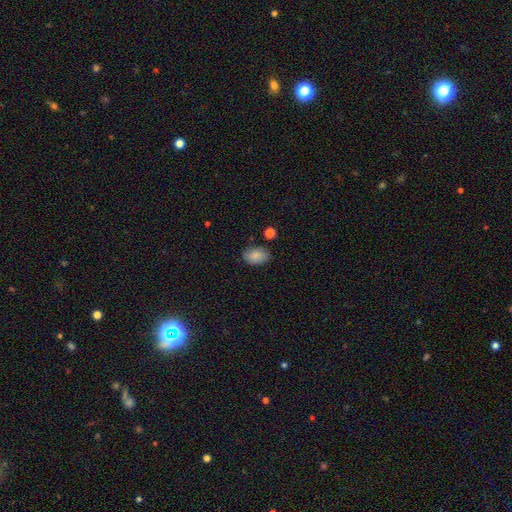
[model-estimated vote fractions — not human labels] Smooth or featured?
  - smooth: 85% *
  - star or artifact: 8%
  - featured or disk: 7%
How rounded?
  - in between: 87% *
  - round: 12%
  - cigar-shaped: 1%
Merging?
  - none: 78% *
  - minor disturbance: 16%
  - major disturbance: 3%
  - merger: 3%